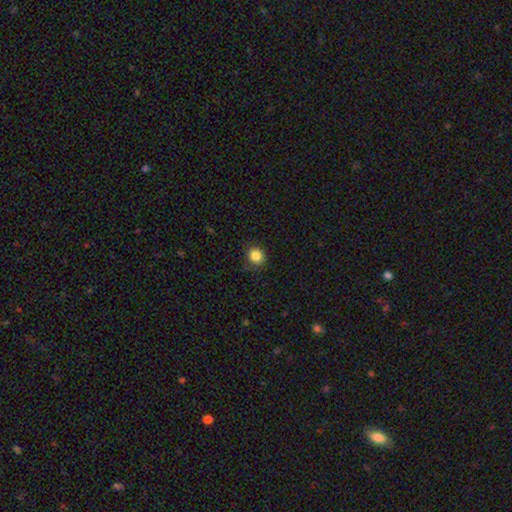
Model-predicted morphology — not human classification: This is clearly a smooth galaxy (85%). How rounded: clearly round (81%). Merging: clearly none (87%).